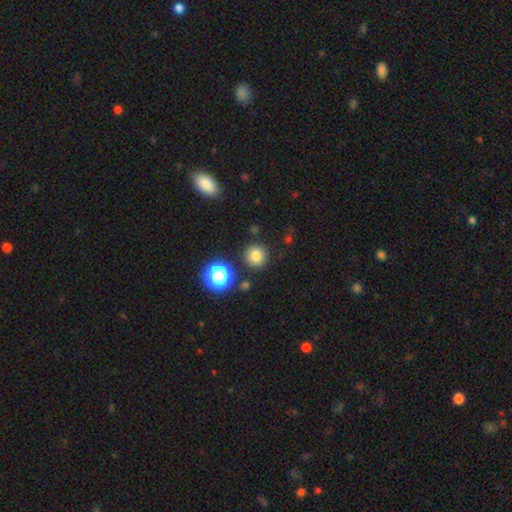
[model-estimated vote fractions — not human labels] Morphology: type=smooth (79%); roundness=round (94%); merging=none (88%).